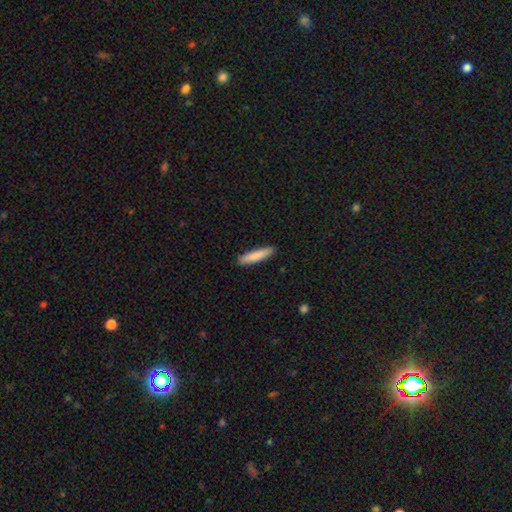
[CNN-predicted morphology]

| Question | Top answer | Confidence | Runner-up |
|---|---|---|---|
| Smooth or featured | smooth | 85% | featured or disk (9%) |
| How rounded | cigar-shaped | 85% | in between (13%) |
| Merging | none | 91% | minor disturbance (7%) |